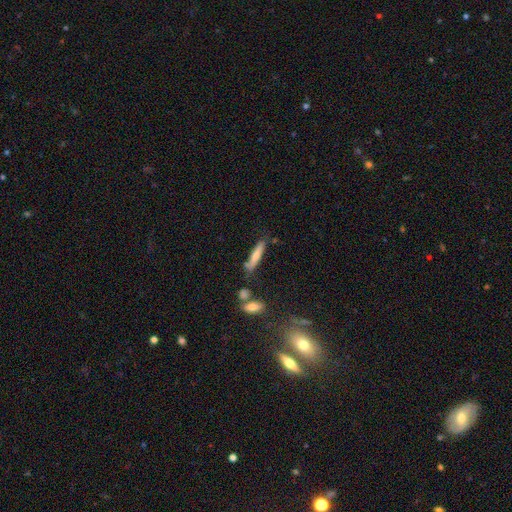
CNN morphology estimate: This is likely a smooth galaxy (65%). How rounded: clearly cigar-shaped (86%). Merging: likely none (71%).